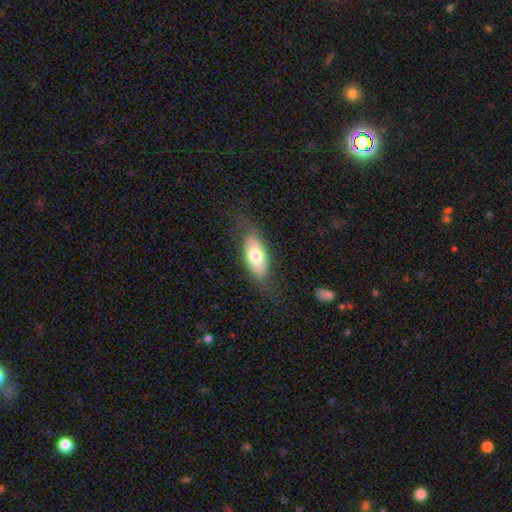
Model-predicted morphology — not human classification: Smooth or featured? Predicted: smooth (p=0.65). How rounded? Predicted: in between (p=0.86). Merging? Predicted: none (p=0.71).